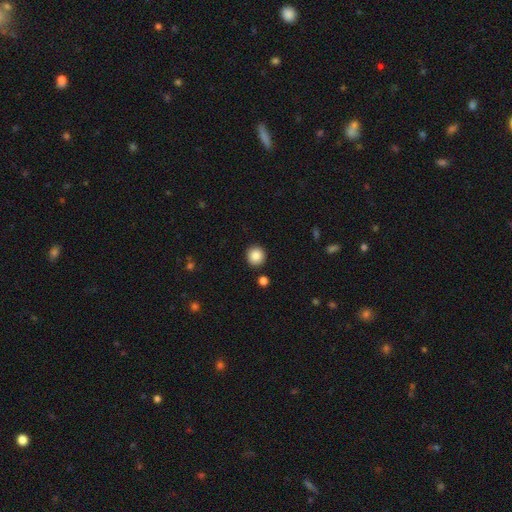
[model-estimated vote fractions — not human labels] smooth-or-featured: smooth: 87% | star or artifact: 9% | featured or disk: 4%
  how-rounded: round: 93% | in between: 6% | cigar-shaped: 1%
  merging: none: 91% | minor disturbance: 5% | merger: 2% | major disturbance: 2%